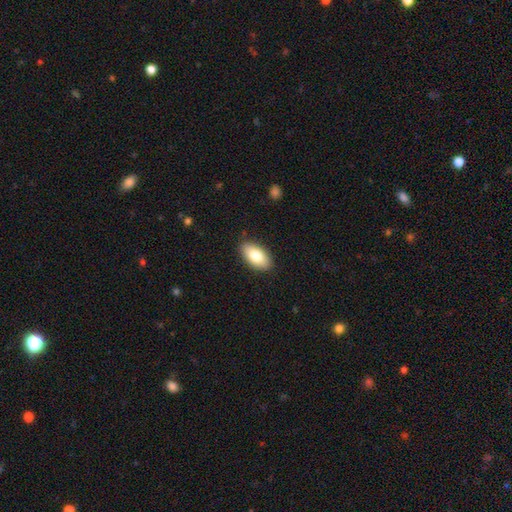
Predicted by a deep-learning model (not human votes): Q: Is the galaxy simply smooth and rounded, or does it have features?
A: smooth — 78%.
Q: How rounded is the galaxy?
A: in between — 94%.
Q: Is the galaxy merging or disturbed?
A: none — 88%.